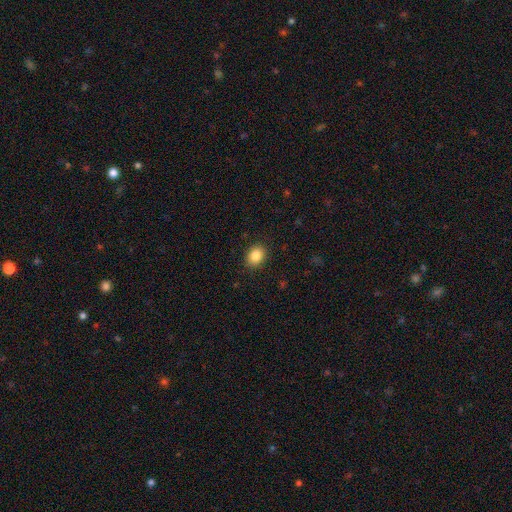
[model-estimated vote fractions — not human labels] smooth-or-featured: smooth: 86% | star or artifact: 9% | featured or disk: 5%
  how-rounded: in between: 59% | round: 40% | cigar-shaped: 1%
  merging: none: 88% | minor disturbance: 8% | major disturbance: 2% | merger: 1%